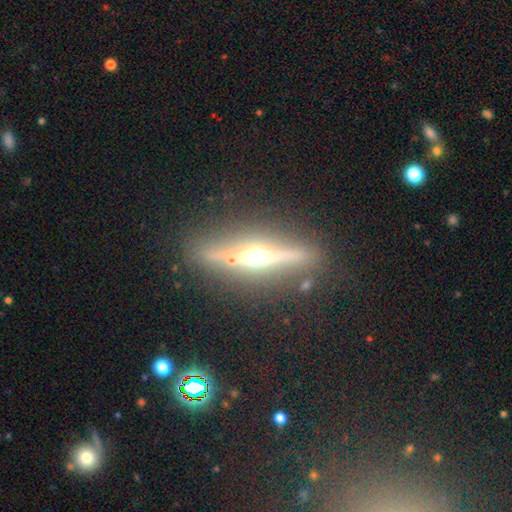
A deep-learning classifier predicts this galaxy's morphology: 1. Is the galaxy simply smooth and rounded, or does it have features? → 76% featured or disk, 15% smooth, 9% star or artifact.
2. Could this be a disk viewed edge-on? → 94% yes, 6% no.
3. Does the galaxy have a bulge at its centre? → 93% rounded, 5% boxy, 2% none.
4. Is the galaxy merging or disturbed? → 81% none, 11% minor disturbance, 5% major disturbance, 4% merger.